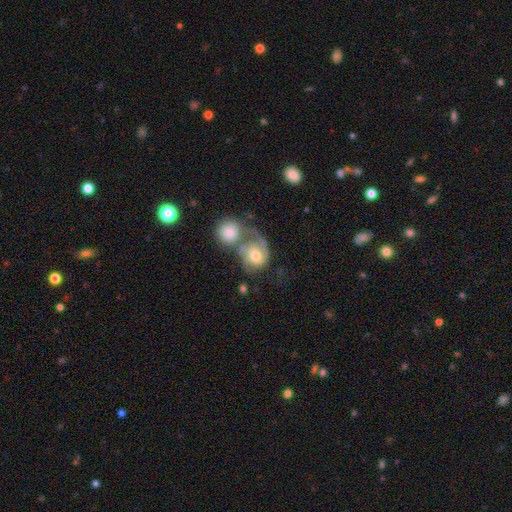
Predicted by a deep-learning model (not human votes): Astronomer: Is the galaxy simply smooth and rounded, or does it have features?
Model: featured or disk — 65%.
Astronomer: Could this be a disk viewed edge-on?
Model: no — 97%.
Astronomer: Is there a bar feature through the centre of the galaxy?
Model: no — 66%.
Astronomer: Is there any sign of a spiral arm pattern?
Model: yes — 87%.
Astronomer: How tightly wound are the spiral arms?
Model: medium — 43% (runner-up: tight, 35%).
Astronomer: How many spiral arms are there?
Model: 2 — 56%.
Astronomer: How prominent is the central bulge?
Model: moderate — 66%.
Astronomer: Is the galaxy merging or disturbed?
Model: merger — 51%.